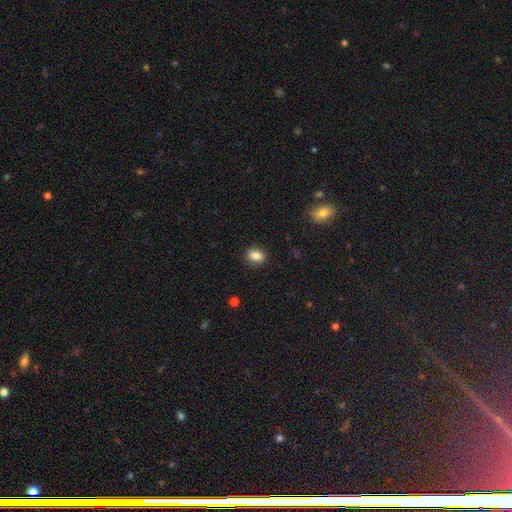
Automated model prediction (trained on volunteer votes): Smooth or featured? Predicted: smooth (p=0.84). How rounded? Predicted: in between (p=0.70). Merging? Predicted: none (p=0.85).